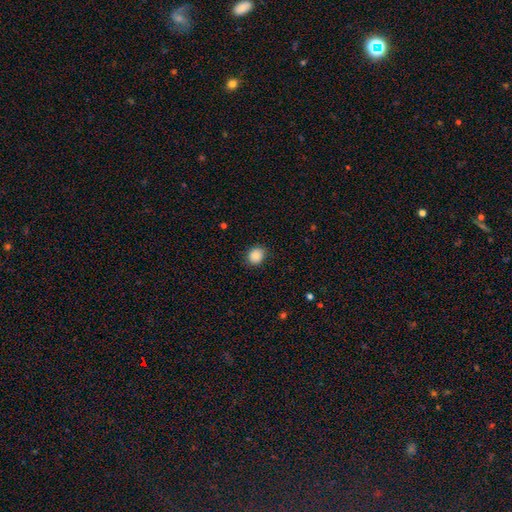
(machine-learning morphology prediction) Smooth or featured: smooth — 88% (star or artifact — 9%)
How rounded: round — 68% (in between — 31%)
Merging: none — 86% (minor disturbance — 10%)